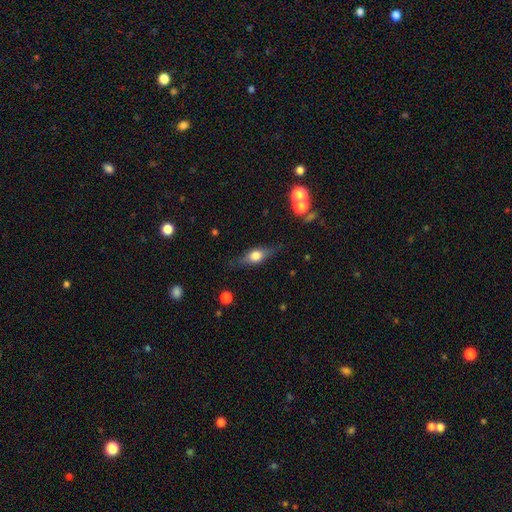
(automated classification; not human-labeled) smooth_or_featured: smooth (p=0.50) [alt: featured or disk p=0.42]
how_rounded: in between (p=0.62) [alt: cigar-shaped p=0.28]
merging: none (p=0.77) [alt: minor disturbance p=0.17]